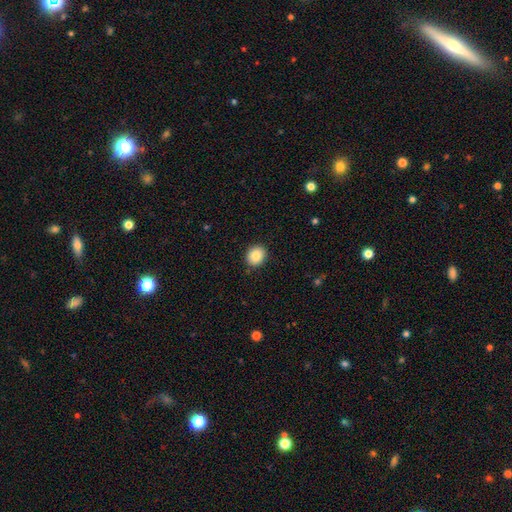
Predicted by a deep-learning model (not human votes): smooth 85%, star or artifact 9%, featured or disk 6%. Down the decision tree: how rounded — round (75%); merging — none (90%).